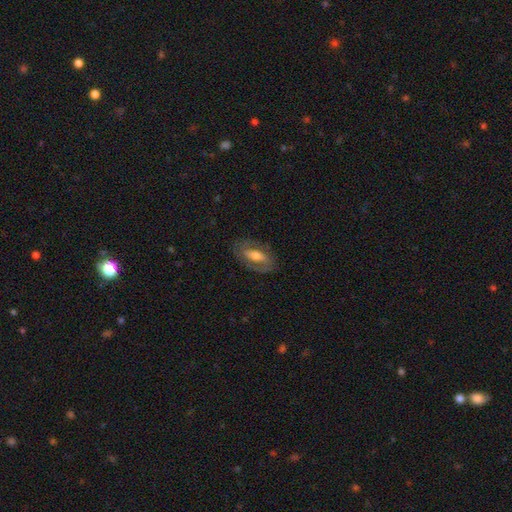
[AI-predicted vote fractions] featured or disk 62%, smooth 32%, star or artifact 6%. Down the decision tree: edge-on disk — no (87%); bar — strong (38%); spiral arms — yes (59%); bulge size — moderate (61%); merging — none (77%).